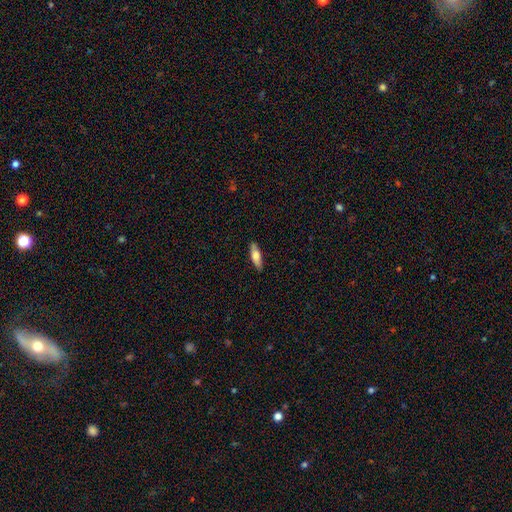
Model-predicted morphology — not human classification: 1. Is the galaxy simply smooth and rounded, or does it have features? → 67% smooth, 27% featured or disk, 6% star or artifact.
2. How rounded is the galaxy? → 54% cigar-shaped, 44% in between, 2% round.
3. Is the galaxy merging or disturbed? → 86% none, 11% minor disturbance, 2% major disturbance, 1% merger.